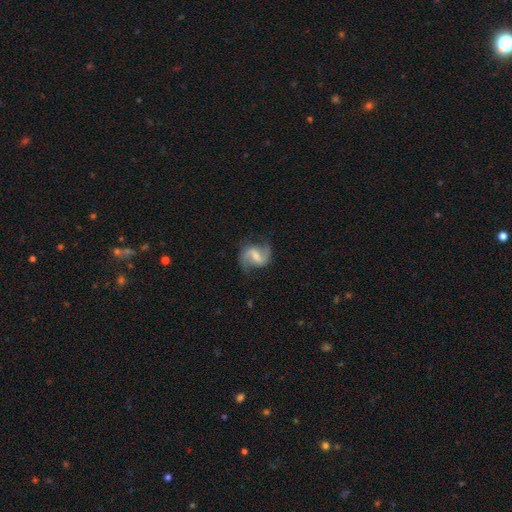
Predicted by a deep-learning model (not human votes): Smooth or featured?
  - featured or disk: 80% *
  - smooth: 14%
  - star or artifact: 6%
Edge-on disk?
  - no: 97% *
  - yes: 3%
Bar?
  - weak: 51% *
  - strong: 32%
  - no: 17%
Spiral arms?
  - yes: 94% *
  - no: 6%
Spiral winding?
  - loose: 49% *
  - medium: 41%
  - tight: 11%
Spiral arm count?
  - 2: 91% *
  - can't tell: 3%
  - 1: 3%
  - 3: 1%
  - 4: 1%
  - more than 4: 1%
Bulge size?
  - moderate: 43% *
  - small: 42%
  - none: 9%
  - large: 4%
  - dominant: 1%
Merging?
  - none: 75% *
  - minor disturbance: 17%
  - major disturbance: 7%
  - merger: 1%